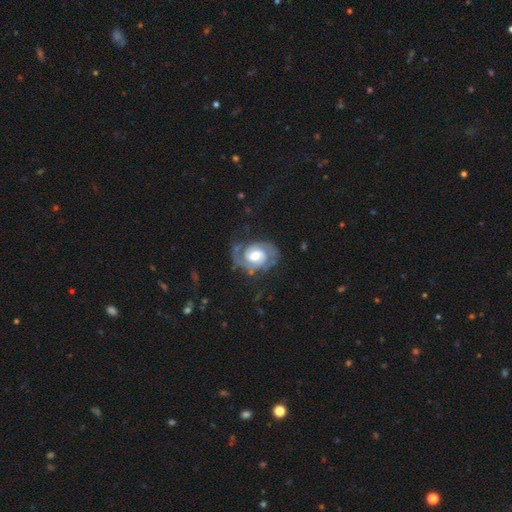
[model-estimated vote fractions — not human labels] A featured or disk galaxy (88%) with a weak bar (50%), 2 (83%) tight (52%) spiral arms (96%) and a moderate central bulge (58%).

Vote fractions:
- Smooth or featured? featured or disk: 88% / smooth: 8% / star or artifact: 4%
- Edge-on disk? no: 98% / yes: 2%
- Bar? weak: 50% / no: 34% / strong: 16%
- Spiral arms? yes: 96% / no: 4%
- Spiral winding? tight: 52% / medium: 39% / loose: 9%
- Spiral arm count? 2: 83% / 1: 6% / can't tell: 6% / 3: 3% / 4: 1% / more than 4: 1%
- Bulge size? moderate: 58% / large: 25% / small: 13% / none: 2% / dominant: 2%
- Merging? none: 66% / minor disturbance: 20% / major disturbance: 12% / merger: 2%